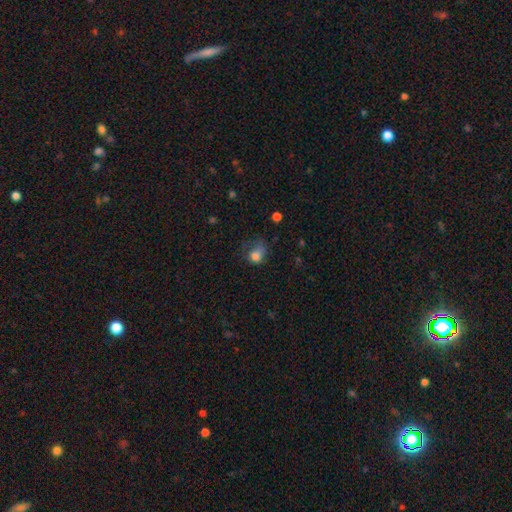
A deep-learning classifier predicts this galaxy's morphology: smooth_or_featured: smooth (p=0.76) [alt: featured or disk p=0.12]
how_rounded: in between (p=0.53) [alt: round p=0.46]
merging: major disturbance (p=0.40) [alt: minor disturbance p=0.30]